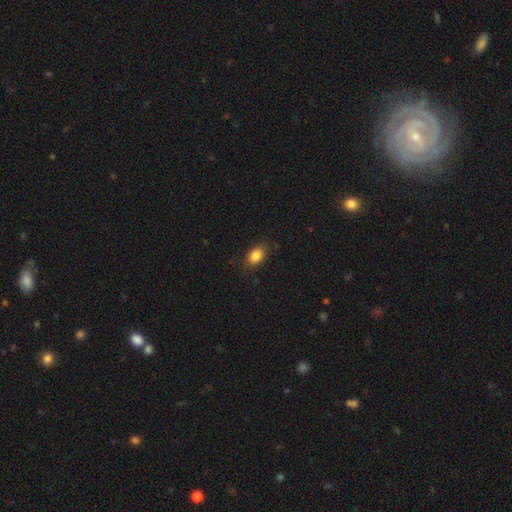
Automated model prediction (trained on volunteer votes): Morphology: type=smooth (85%); roundness=in between (81%); merging=none (83%).